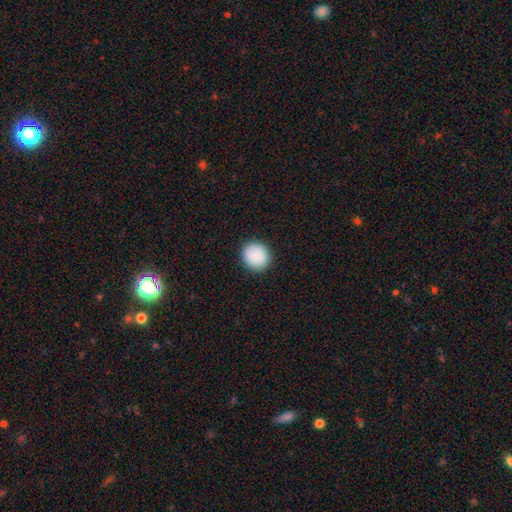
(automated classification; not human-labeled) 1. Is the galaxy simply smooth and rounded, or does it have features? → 88% smooth, 7% star or artifact, 5% featured or disk.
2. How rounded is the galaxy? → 90% round, 9% in between, 1% cigar-shaped.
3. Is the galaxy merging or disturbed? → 91% none, 6% minor disturbance, 2% major disturbance, 1% merger.